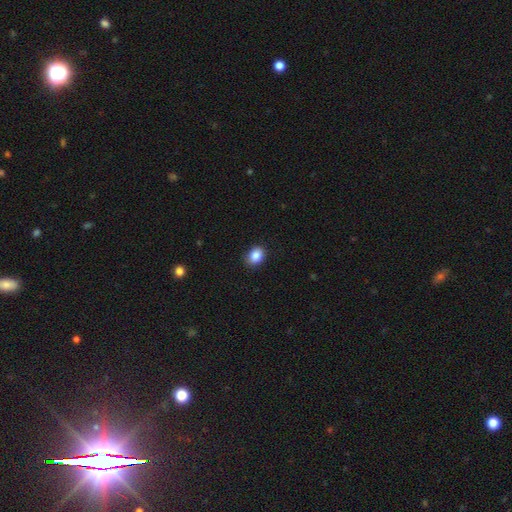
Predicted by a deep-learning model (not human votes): This appears to be a smooth galaxy with no disk features (85%) that is in between round and cigar-shaped (54%). Merging: none (88%).